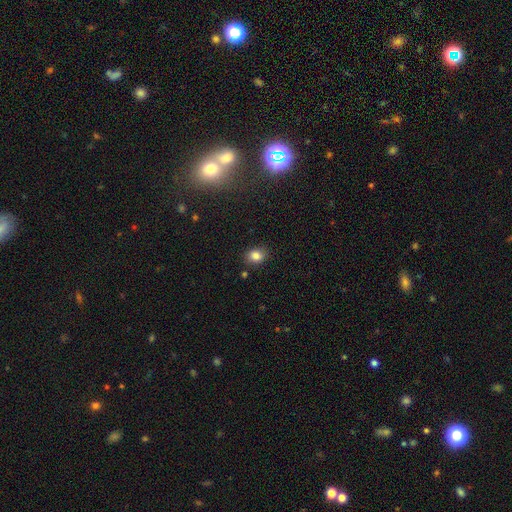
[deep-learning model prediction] Smooth or featured? Predicted: smooth (p=0.84). How rounded? Predicted: round (p=0.50). Merging? Predicted: none (p=0.83).